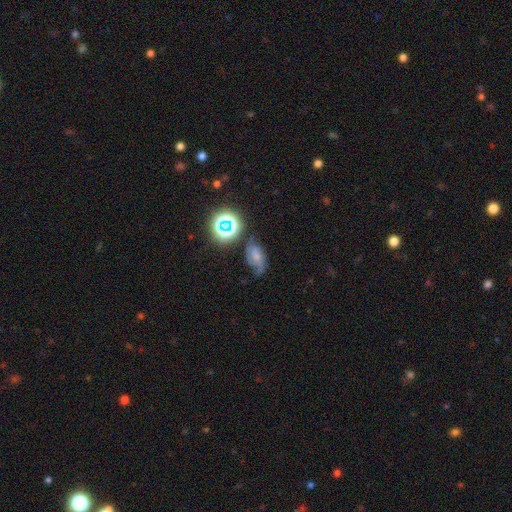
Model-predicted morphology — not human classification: Smooth or featured? Predicted: smooth (p=0.39). Merging? Predicted: none (p=0.44).